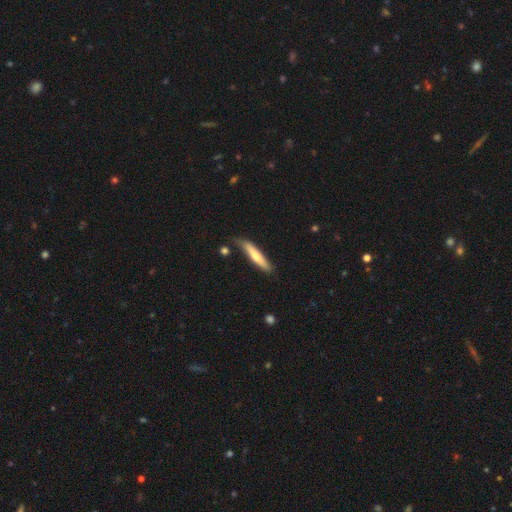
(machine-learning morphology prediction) This appears to be a smooth galaxy with no disk features (64%) that is cigar-shaped (89%). Merging: none (69%).